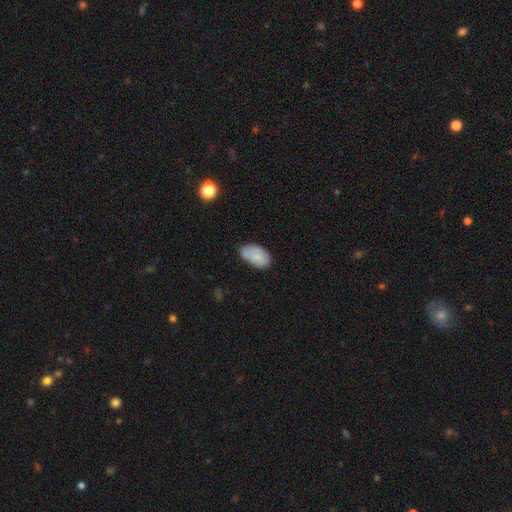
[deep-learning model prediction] smooth 80%, featured or disk 13%, star or artifact 7%. Down the decision tree: how rounded — in between (94%); merging — none (65%).